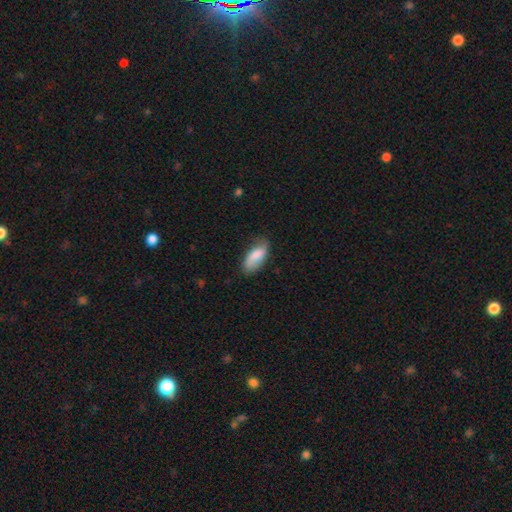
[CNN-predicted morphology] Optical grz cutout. It shows a smooth galaxy with no disk features (79%) that is in between round and cigar-shaped (86%). Merging: none (66%).